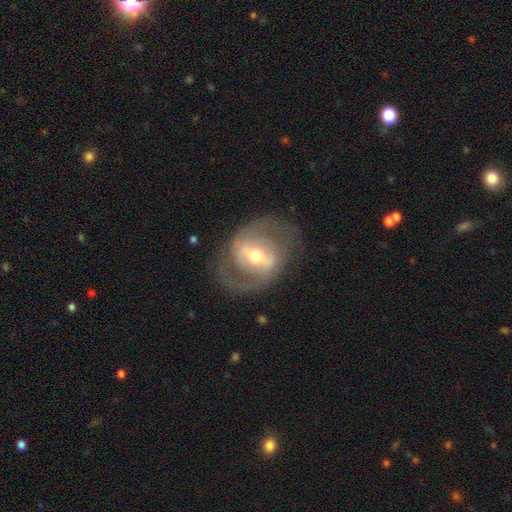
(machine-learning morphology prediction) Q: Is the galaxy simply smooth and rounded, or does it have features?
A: featured or disk — 81%.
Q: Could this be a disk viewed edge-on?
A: no — 96%.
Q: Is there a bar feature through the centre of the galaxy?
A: strong — 44%.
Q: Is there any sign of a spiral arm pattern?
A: yes — 79%.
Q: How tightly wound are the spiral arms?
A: medium — 52%.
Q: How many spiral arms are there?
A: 2 — 86%.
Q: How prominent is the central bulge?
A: moderate — 70%.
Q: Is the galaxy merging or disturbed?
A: none — 75%.